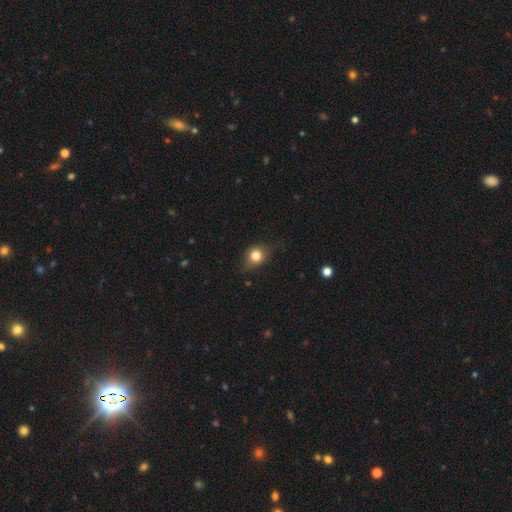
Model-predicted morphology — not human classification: Smooth or featured? smooth (78%)
How rounded? round (66%)
Merging? none (69%)